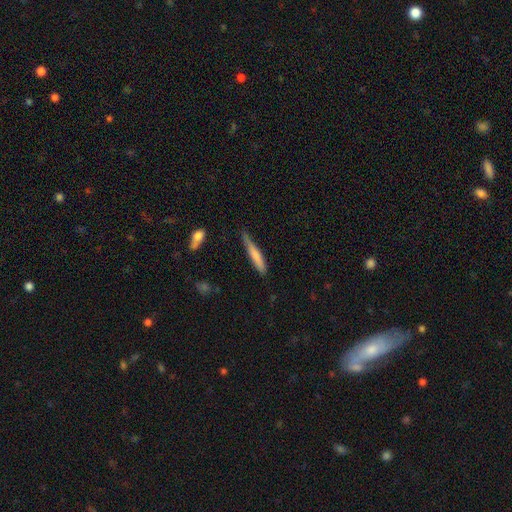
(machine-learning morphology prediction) smooth 72%, featured or disk 23%, star or artifact 5%. Down the decision tree: how rounded — cigar-shaped (92%); merging — none (63%).